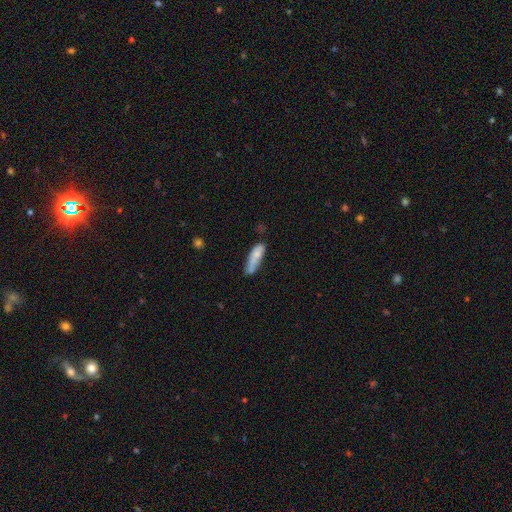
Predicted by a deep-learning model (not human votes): smooth-or-featured: smooth: 71% | featured or disk: 22% | star or artifact: 7%
  how-rounded: cigar-shaped: 55% | in between: 43% | round: 2%
  merging: none: 45% | minor disturbance: 27% | merger: 18% | major disturbance: 10%